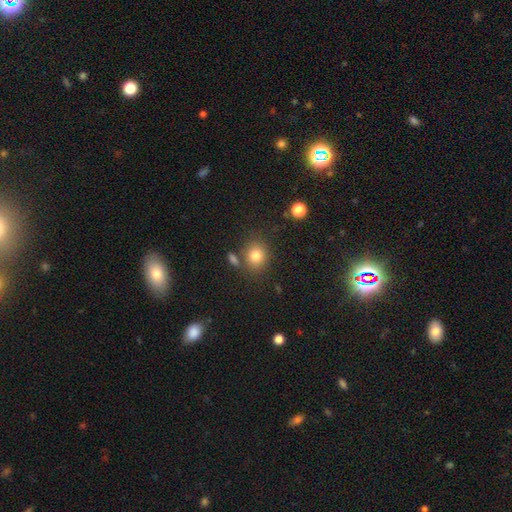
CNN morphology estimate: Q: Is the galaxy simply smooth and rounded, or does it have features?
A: smooth — 81%.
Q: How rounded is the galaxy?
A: round — 72%.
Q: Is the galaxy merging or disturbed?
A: none — 75%.